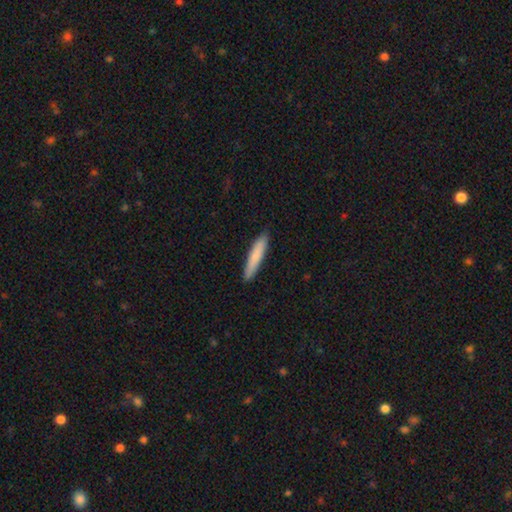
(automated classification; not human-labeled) smooth-or-featured: smooth: 81% | featured or disk: 14% | star or artifact: 5%
  how-rounded: cigar-shaped: 91% | in between: 8% | round: 1%
  merging: none: 90% | minor disturbance: 8% | major disturbance: 1% | merger: 1%